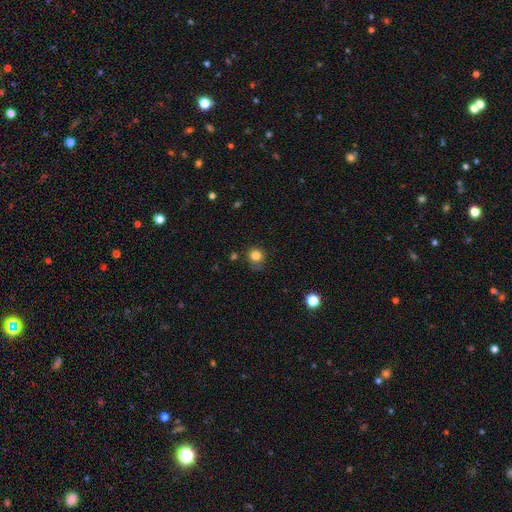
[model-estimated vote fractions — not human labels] smooth 83%, star or artifact 12%, featured or disk 6%. Down the decision tree: how rounded — round (84%); merging — none (72%).